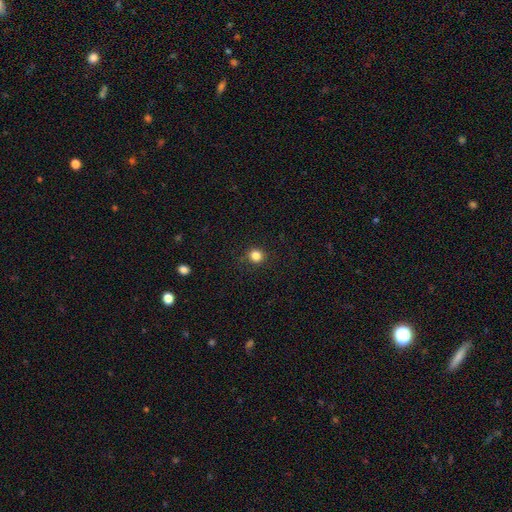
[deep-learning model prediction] smooth 83%, star or artifact 12%, featured or disk 4%. Down the decision tree: how rounded — round (91%); merging — none (88%).